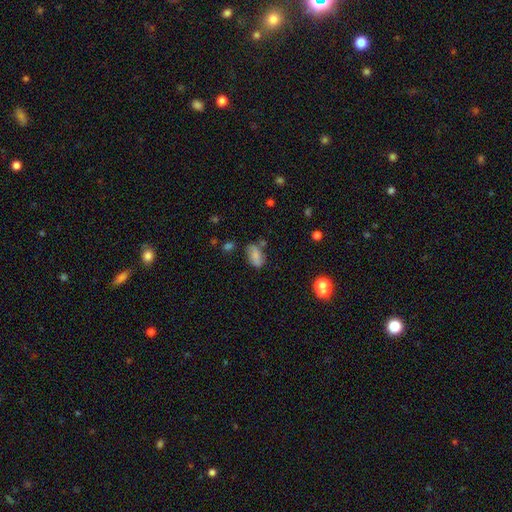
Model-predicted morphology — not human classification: Smooth or featured? smooth (75%)
How rounded? in between (90%)
Merging? none (62%)